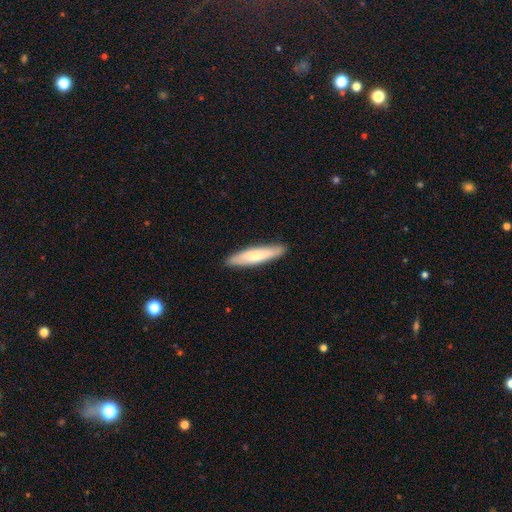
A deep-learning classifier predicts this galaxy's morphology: This appears to be a smooth galaxy with no disk features (69%) that is cigar-shaped (84%). Merging: none (88%).